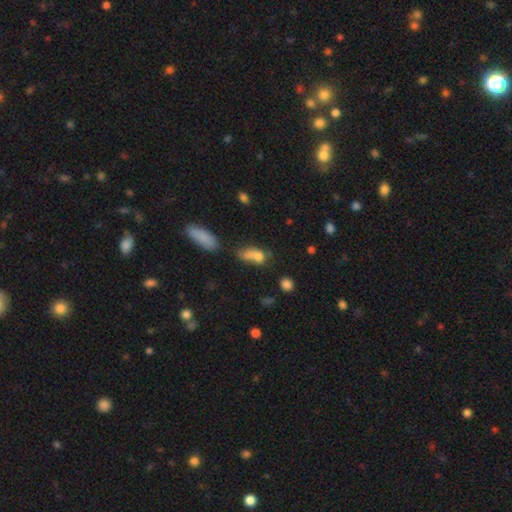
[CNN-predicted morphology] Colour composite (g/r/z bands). It shows a smooth galaxy with no disk features (70%) that is in between round and cigar-shaped (70%). Merging: merger (38%).